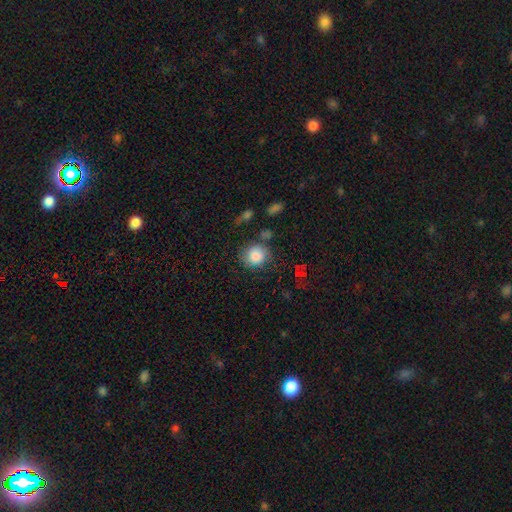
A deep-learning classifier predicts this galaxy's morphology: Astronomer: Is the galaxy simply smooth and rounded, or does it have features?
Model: smooth — 84%.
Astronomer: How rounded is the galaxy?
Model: round — 85%.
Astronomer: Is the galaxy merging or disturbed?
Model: none — 71%.